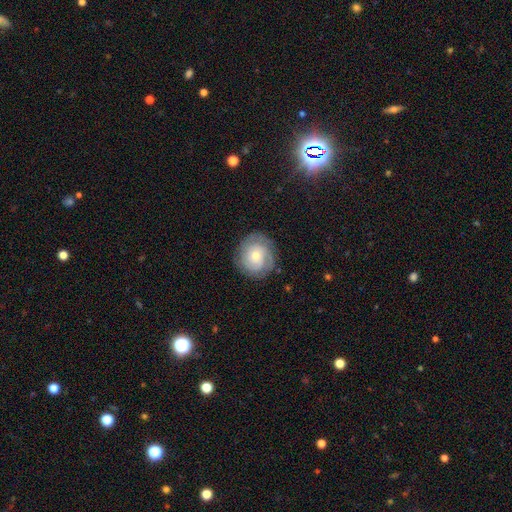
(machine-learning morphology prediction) Overall: featured or disk (64%; smooth 29%). Edge-on disk: no (97%). Bar: no (81%). Spiral arms: yes (87%). Spiral arm count: can't tell (38%; 2 24%). Spiral winding: tight (70%). Bulge size: small (48%; moderate 47%). Merging: none (81%).